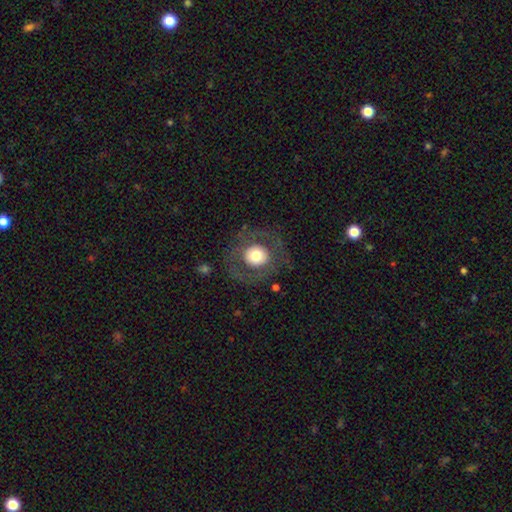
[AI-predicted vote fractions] A smooth galaxy with no disk features (56%) that is round (87%). Merging: none (78%).